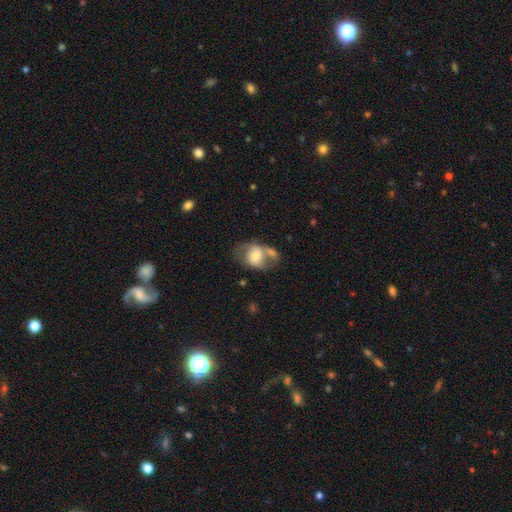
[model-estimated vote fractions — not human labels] Smooth or featured?
  - smooth: 48% *
  - featured or disk: 45%
  - star or artifact: 7%
Merging?
  - none: 33% *
  - merger: 32%
  - minor disturbance: 19%
  - major disturbance: 16%